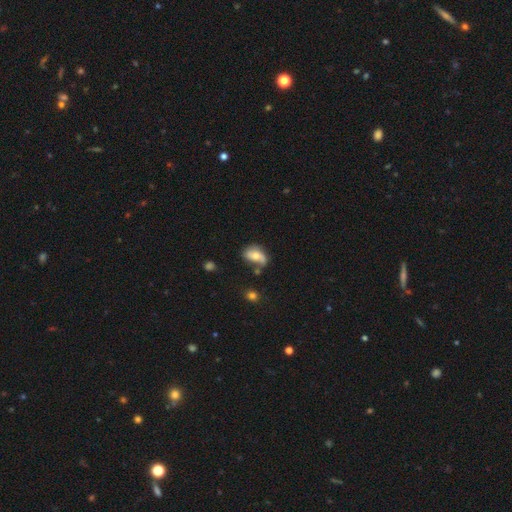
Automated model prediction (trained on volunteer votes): Q: Smooth or featured?
A: featured or disk (47%); runner-up: smooth (44%)
Q: Merging?
A: none (47%); runner-up: minor disturbance (29%)